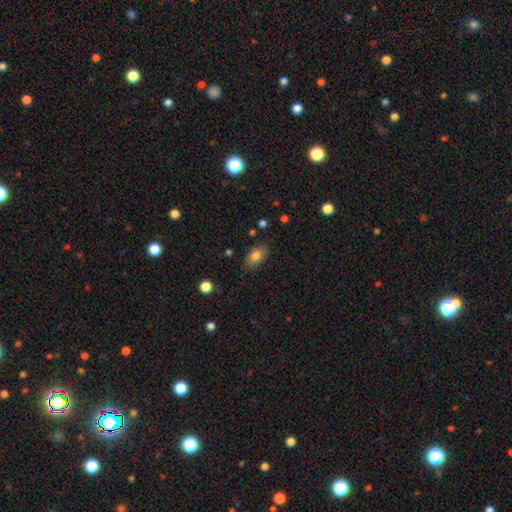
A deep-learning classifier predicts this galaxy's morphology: smooth-or-featured: smooth: 81% | featured or disk: 11% | star or artifact: 9%
  how-rounded: in between: 89% | round: 8% | cigar-shaped: 3%
  merging: none: 82% | minor disturbance: 14% | major disturbance: 3% | merger: 2%